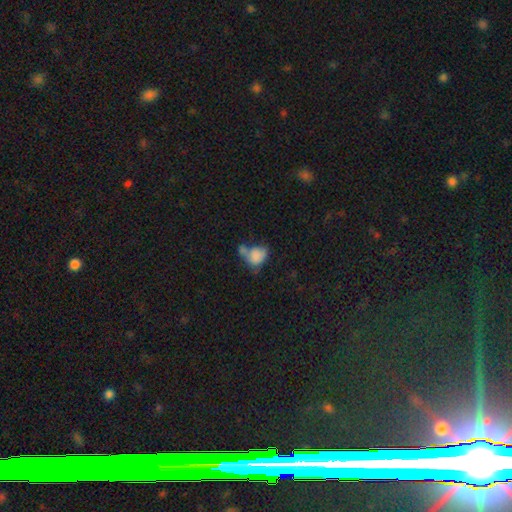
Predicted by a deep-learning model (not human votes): Q: Smooth or featured?
A: smooth (78%); runner-up: featured or disk (12%)
Q: How rounded?
A: in between (63%); runner-up: round (35%)
Q: Merging?
A: merger (42%); runner-up: none (24%)